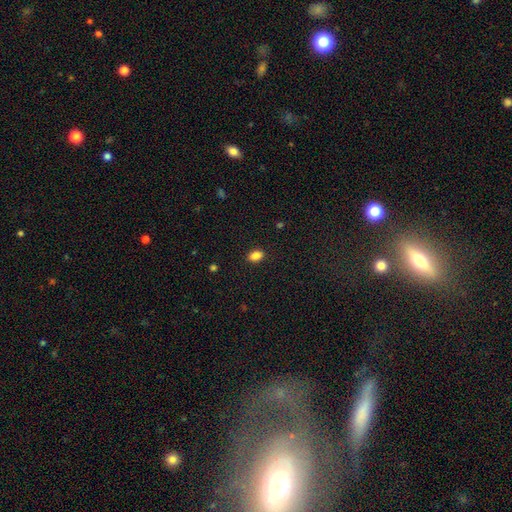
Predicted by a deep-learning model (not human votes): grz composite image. It shows a smooth galaxy with no disk features (86%) that is in between round and cigar-shaped (86%). Merging: none (87%).